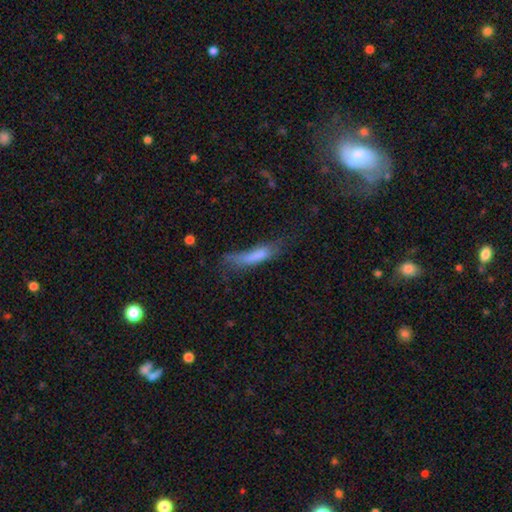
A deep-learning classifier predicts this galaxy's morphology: Q: Smooth or featured?
A: smooth (65%); runner-up: featured or disk (25%)
Q: How rounded?
A: cigar-shaped (74%); runner-up: in between (23%)
Q: Merging?
A: major disturbance (33%); runner-up: none (32%)